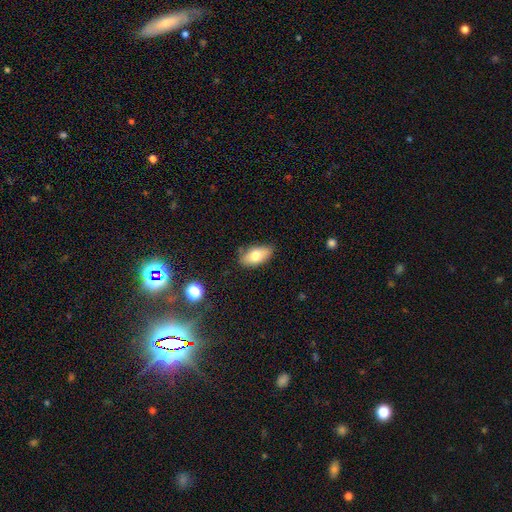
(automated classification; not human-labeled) smooth_or_featured: smooth (p=0.76) [alt: featured or disk p=0.17]
how_rounded: in between (p=0.91) [alt: cigar-shaped p=0.04]
merging: none (p=0.78) [alt: minor disturbance p=0.17]